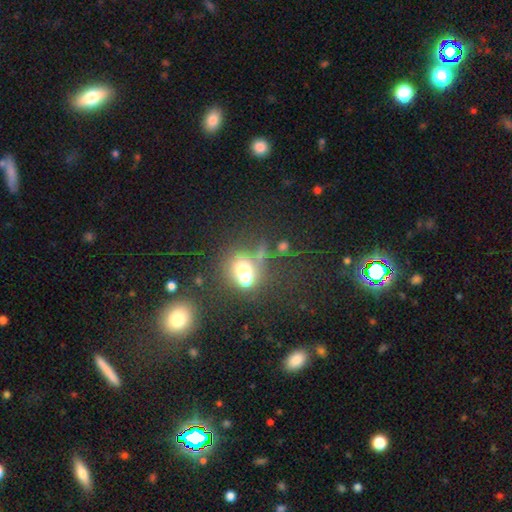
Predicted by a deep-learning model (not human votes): Morphology: type=star or artifact (47%).